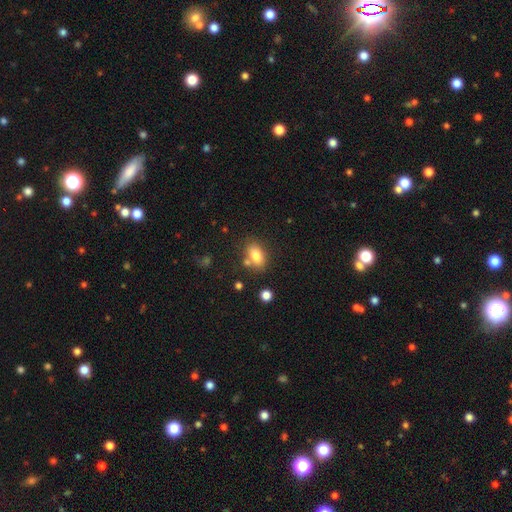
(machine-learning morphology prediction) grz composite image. It shows a smooth galaxy with no disk features (80%) that is in between round and cigar-shaped (83%). Merging: none (67%).